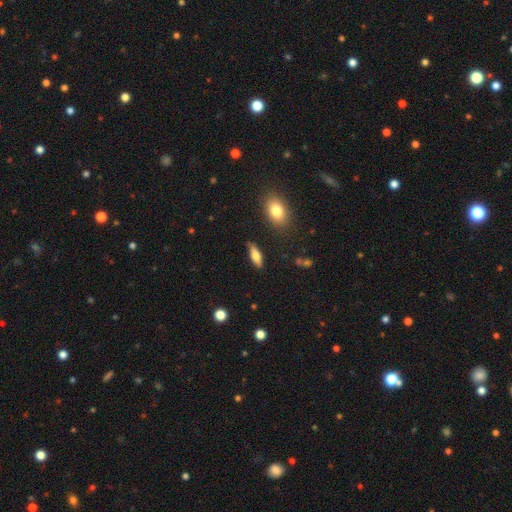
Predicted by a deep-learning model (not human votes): Morphology: type=smooth (62%); roundness=in between (56%); merging=none (82%).